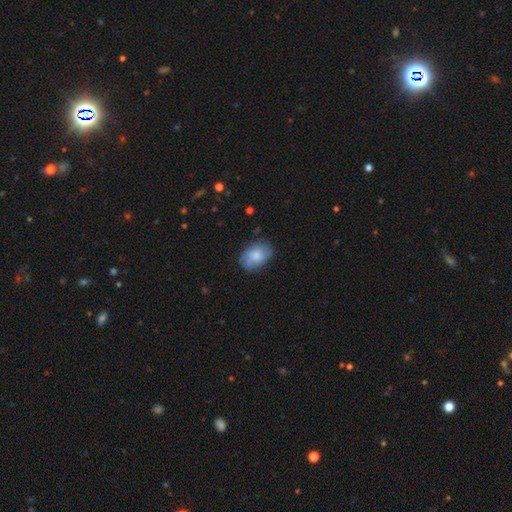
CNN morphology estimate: Q: Smooth or featured?
A: smooth (69%); runner-up: featured or disk (23%)
Q: How rounded?
A: in between (75%); runner-up: round (24%)
Q: Merging?
A: none (68%); runner-up: minor disturbance (24%)